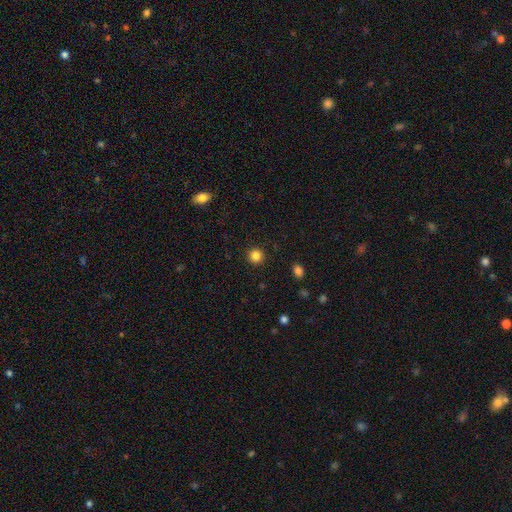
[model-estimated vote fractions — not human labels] smooth 84%, star or artifact 12%, featured or disk 4%. Down the decision tree: how rounded — round (93%); merging — none (91%).